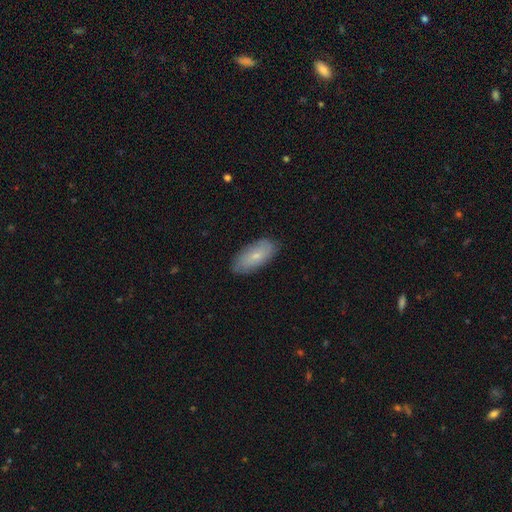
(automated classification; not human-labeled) Morphology: type=smooth (67%); roundness=in between (88%); merging=none (84%).